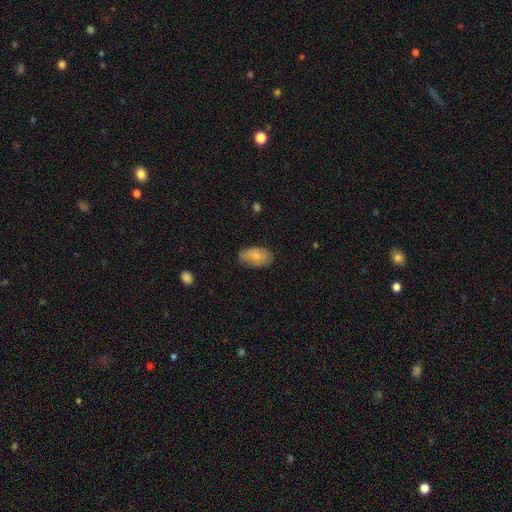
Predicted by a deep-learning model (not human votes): Overall: smooth (77%). How rounded: in between (93%). Merging: none (73%).